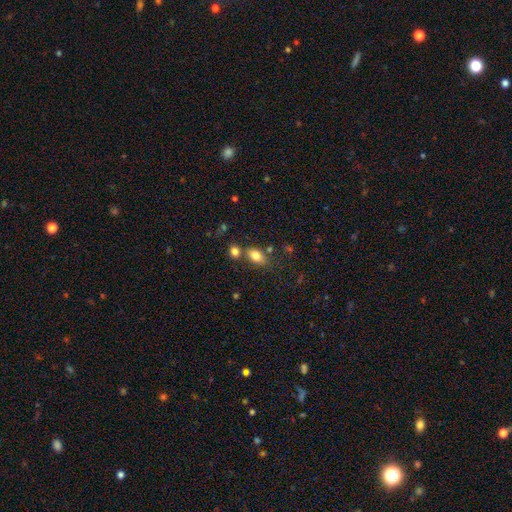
smooth-or-featured: smooth: 79% | featured or disk: 13% | star or artifact: 8%
  how-rounded: in between: 77% | round: 16% | cigar-shaped: 6%
  merging: none: 53% | minor disturbance: 22% | merger: 22% | major disturbance: 3%